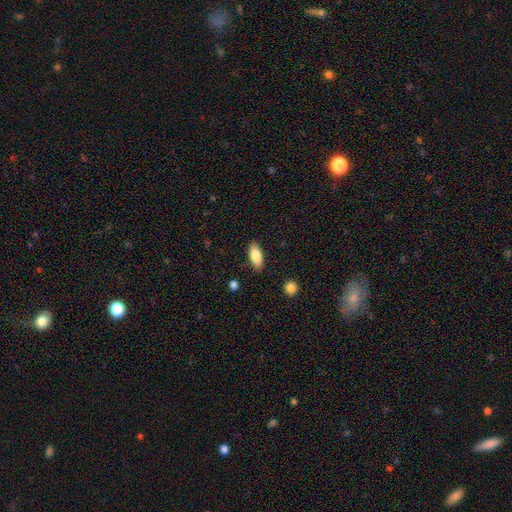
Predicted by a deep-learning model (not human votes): smooth-or-featured: smooth: 82% | featured or disk: 11% | star or artifact: 6%
  how-rounded: in between: 82% | cigar-shaped: 15% | round: 2%
  merging: none: 87% | minor disturbance: 10% | major disturbance: 2% | merger: 1%